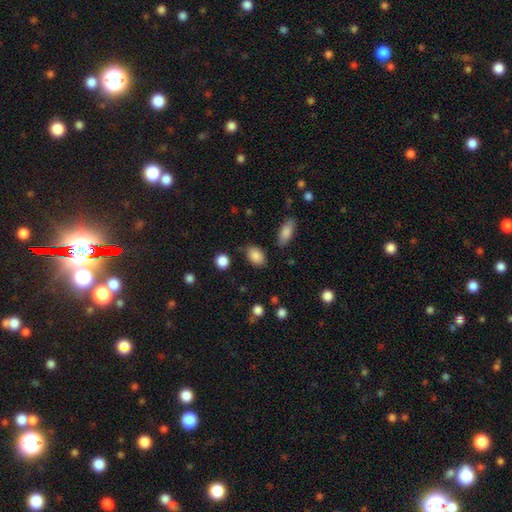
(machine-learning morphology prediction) Smooth or featured? Predicted: smooth (p=0.86). How rounded? Predicted: in between (p=0.78). Merging? Predicted: none (p=0.78).